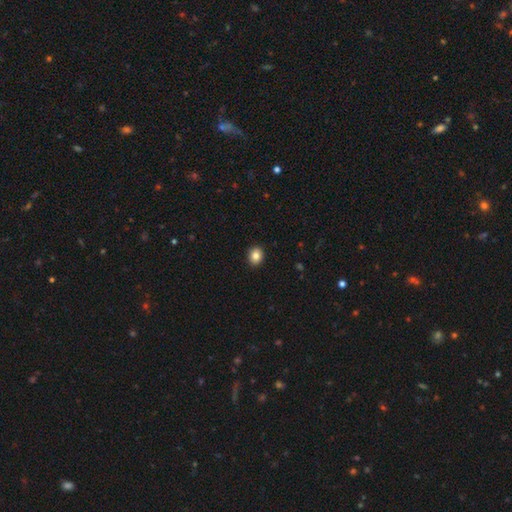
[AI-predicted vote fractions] Morphology: type=smooth (85%); roundness=round (62%); merging=none (92%).